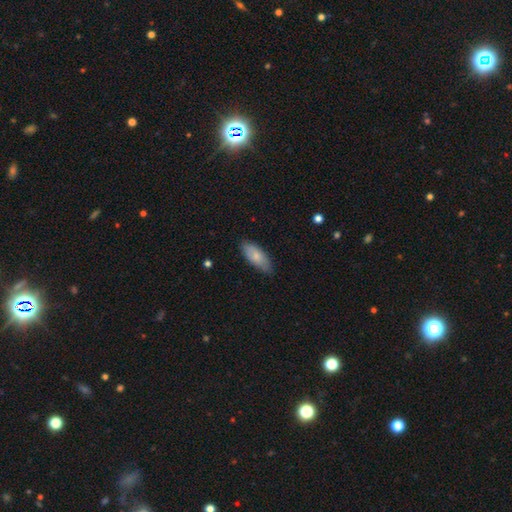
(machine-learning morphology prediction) smooth_or_featured: smooth (p=0.78) [alt: featured or disk p=0.16]
how_rounded: in between (p=0.83) [alt: cigar-shaped p=0.15]
merging: none (p=0.80) [alt: minor disturbance p=0.16]